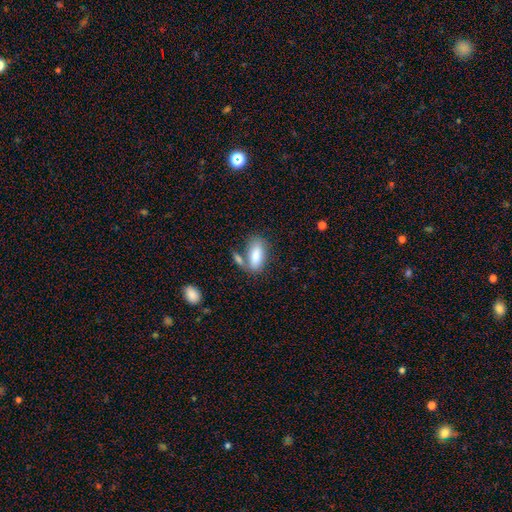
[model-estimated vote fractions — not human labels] This appears to be a smooth galaxy with no disk features (83%) that is in between round and cigar-shaped (87%). Merging: none (53%).